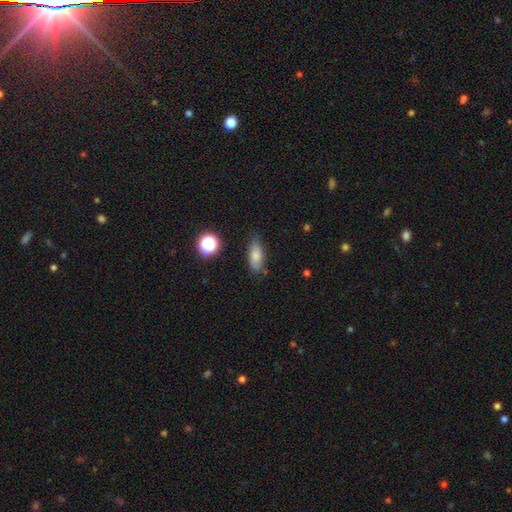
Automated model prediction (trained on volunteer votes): Smooth or featured? Predicted: smooth (p=0.80). How rounded? Predicted: in between (p=0.77). Merging? Predicted: none (p=0.76).